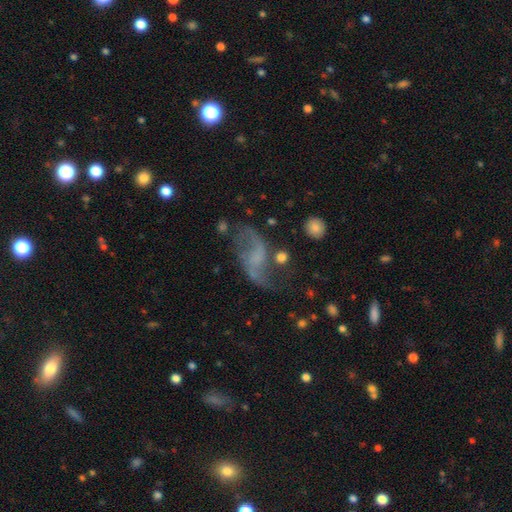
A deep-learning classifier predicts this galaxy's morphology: This appears to be a featured or disk galaxy (78%) with no bar (47%), 2 (90%) loose (74%) spiral arms (91%) and no central bulge (56%). Merging: none (58%).